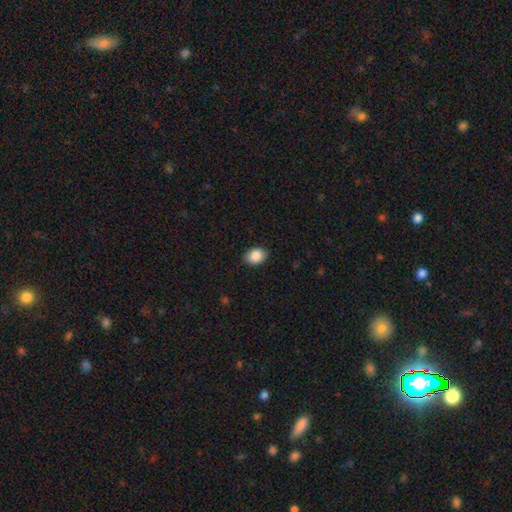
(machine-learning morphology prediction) smooth 87%, star or artifact 8%, featured or disk 5%. Down the decision tree: how rounded — in between (77%); merging — none (87%).